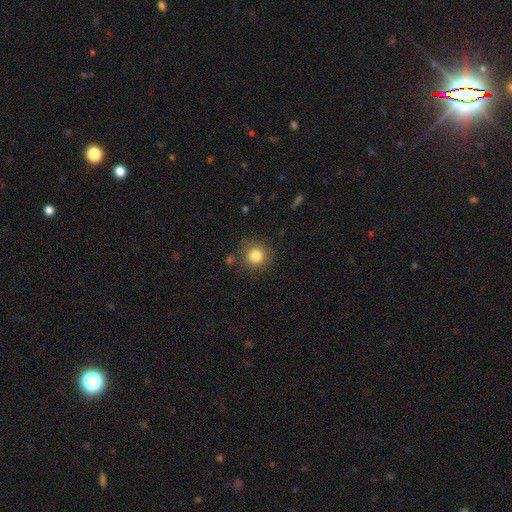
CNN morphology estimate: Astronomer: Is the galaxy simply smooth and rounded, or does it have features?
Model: smooth — 83%.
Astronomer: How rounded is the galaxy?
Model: round — 92%.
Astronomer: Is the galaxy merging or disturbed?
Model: none — 83%.